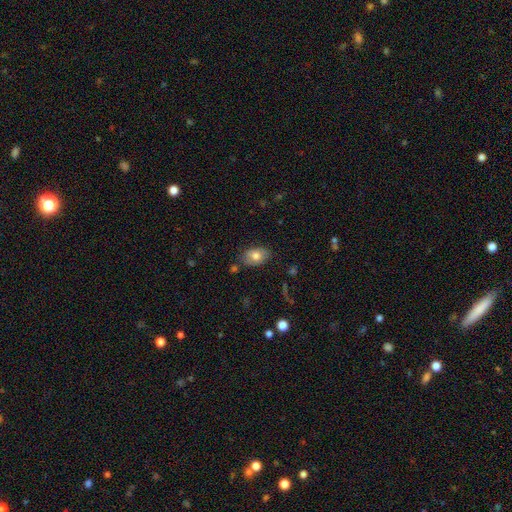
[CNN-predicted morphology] Smooth or featured? Predicted: smooth (p=0.76). How rounded? Predicted: in between (p=0.87). Merging? Predicted: none (p=0.80).